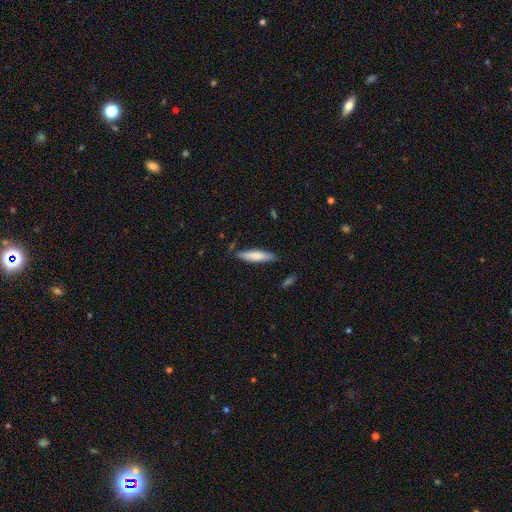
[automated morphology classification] Smooth or featured? smooth (77%)
How rounded? cigar-shaped (75%)
Merging? none (80%)